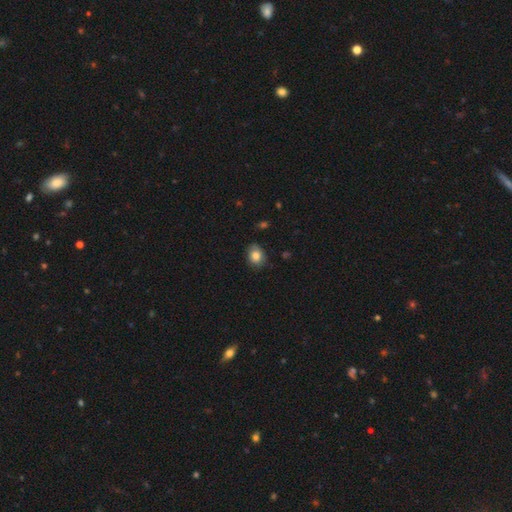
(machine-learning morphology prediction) Smooth or featured? Predicted: smooth (p=0.81). How rounded? Predicted: in between (p=0.52). Merging? Predicted: none (p=0.75).